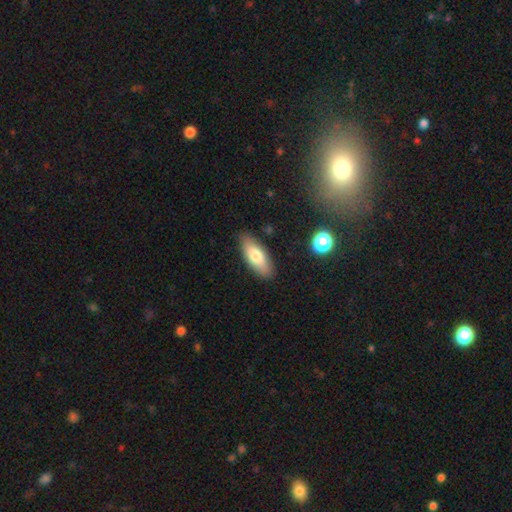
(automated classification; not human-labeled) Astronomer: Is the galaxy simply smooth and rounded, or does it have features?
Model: smooth — 74%.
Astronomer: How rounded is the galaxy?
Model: in between — 74%.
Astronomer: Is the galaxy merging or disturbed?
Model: none — 86%.